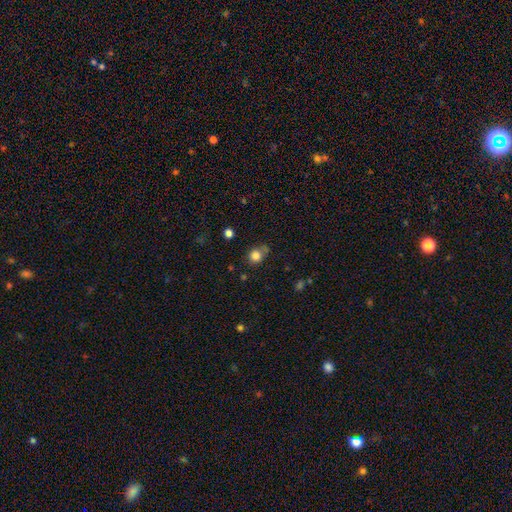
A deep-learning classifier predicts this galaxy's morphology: smooth_or_featured: smooth (p=0.83) [alt: star or artifact p=0.12]
how_rounded: round (p=0.79) [alt: in between p=0.20]
merging: none (p=0.64) [alt: minor disturbance p=0.23]